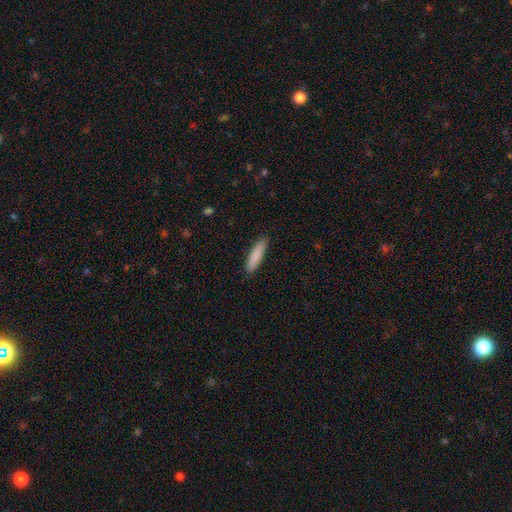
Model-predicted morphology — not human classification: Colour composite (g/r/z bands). It shows a smooth galaxy with no disk features (86%) that is cigar-shaped (80%). Merging: none (89%).